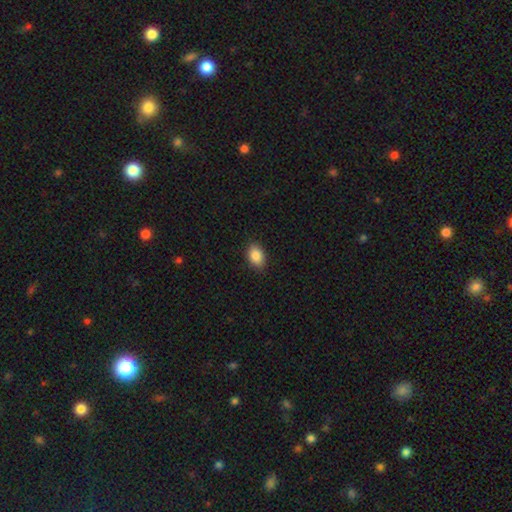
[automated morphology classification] This appears to be a smooth galaxy with no disk features (88%) that is in between round and cigar-shaped (85%). Merging: none (88%).